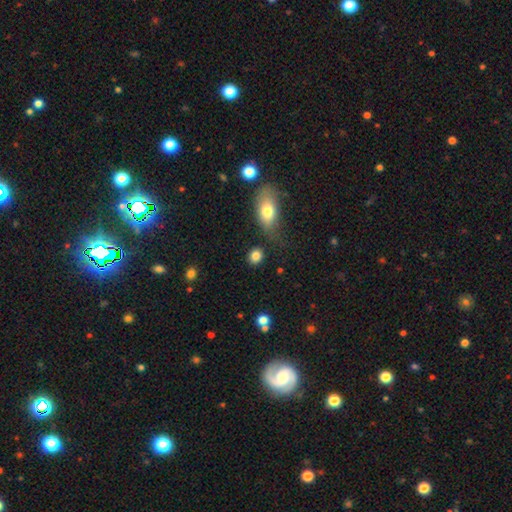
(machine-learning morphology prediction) type=smooth (84%); roundness=round (68%); merging=none (82%).